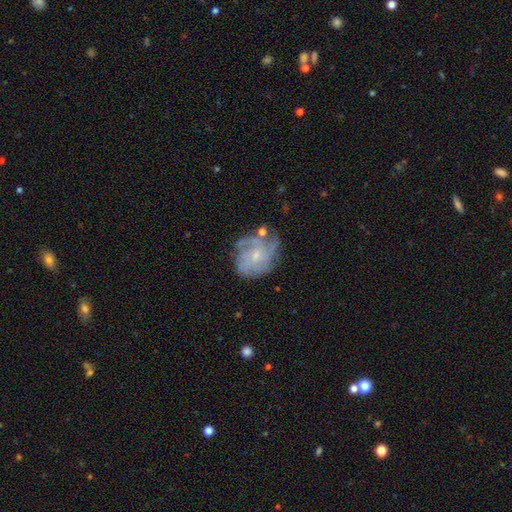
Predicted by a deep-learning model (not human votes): This appears to be a featured or disk galaxy (77%) with no bar (75%), tight (52%) spiral arms (90%) and a small central bulge (69%). Merging: none (61%).